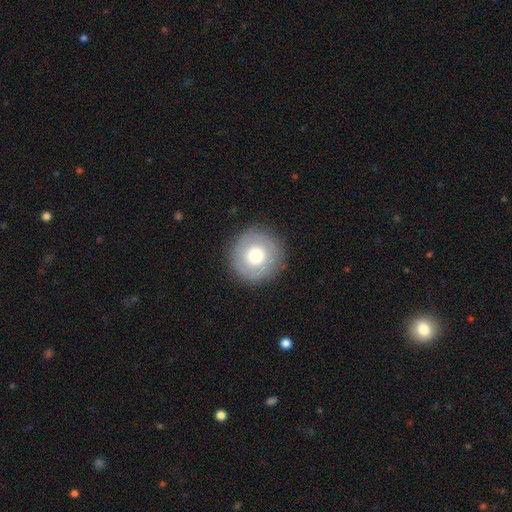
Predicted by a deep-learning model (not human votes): A smooth galaxy with no disk features (64%) that is round (96%). Merging: none (89%).